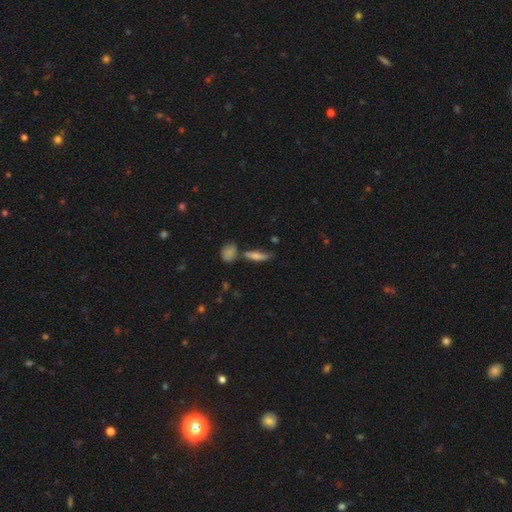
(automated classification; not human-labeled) smooth_or_featured: smooth (p=0.57) [alt: featured or disk p=0.32]
how_rounded: cigar-shaped (p=0.71) [alt: in between p=0.25]
merging: none (p=0.69) [alt: merger p=0.15]